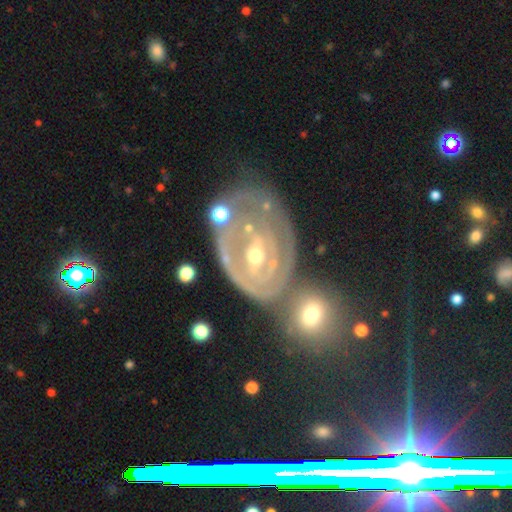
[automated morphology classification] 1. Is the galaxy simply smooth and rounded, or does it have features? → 82% featured or disk, 11% smooth, 6% star or artifact.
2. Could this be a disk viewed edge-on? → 96% no, 4% yes.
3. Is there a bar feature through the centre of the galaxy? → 39% weak, 37% no, 24% strong.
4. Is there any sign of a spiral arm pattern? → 75% yes, 25% no.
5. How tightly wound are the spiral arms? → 66% tight, 25% medium, 9% loose.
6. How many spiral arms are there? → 38% can't tell, 30% 2, 13% 3, 11% 1, 4% 4, 4% more than 4.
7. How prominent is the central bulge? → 52% moderate, 43% small, 2% large, 1% none, 1% dominant.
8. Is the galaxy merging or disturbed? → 39% none, 24% merger, 20% minor disturbance, 16% major disturbance.